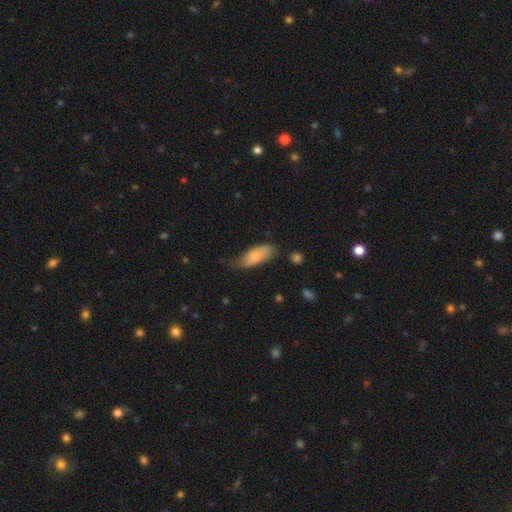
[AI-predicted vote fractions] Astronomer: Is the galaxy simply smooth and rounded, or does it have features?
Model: smooth — 80%.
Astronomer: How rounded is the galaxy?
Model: in between — 83%.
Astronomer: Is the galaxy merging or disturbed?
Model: none — 48% (runner-up: minor disturbance, 38%).